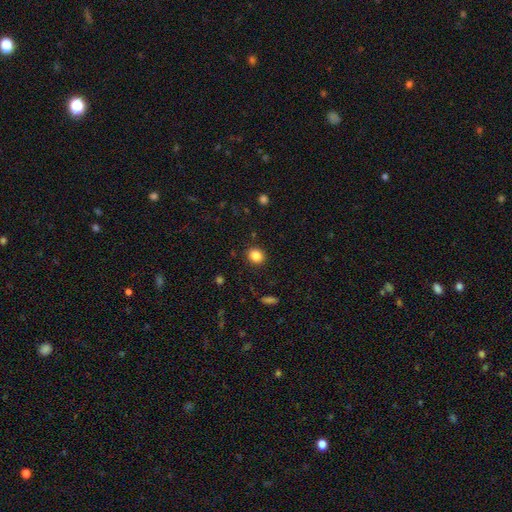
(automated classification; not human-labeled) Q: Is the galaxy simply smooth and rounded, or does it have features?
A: smooth — 85%.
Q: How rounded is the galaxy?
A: round — 73%.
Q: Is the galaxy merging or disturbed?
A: none — 89%.